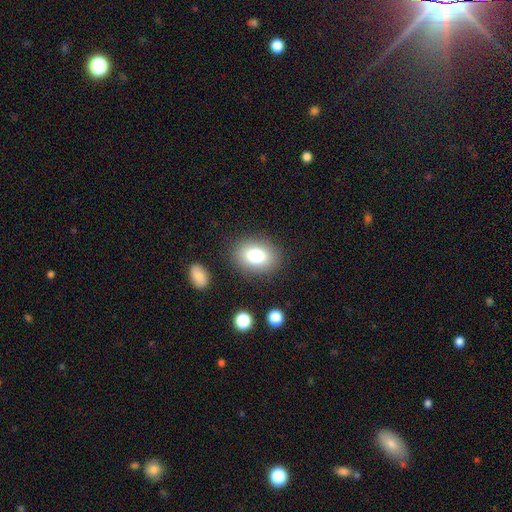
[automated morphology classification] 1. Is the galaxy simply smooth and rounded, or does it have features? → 78% smooth, 11% featured or disk, 11% star or artifact.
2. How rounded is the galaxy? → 65% in between, 34% round, 1% cigar-shaped.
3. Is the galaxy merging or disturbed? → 85% none, 9% minor disturbance, 4% major disturbance, 2% merger.